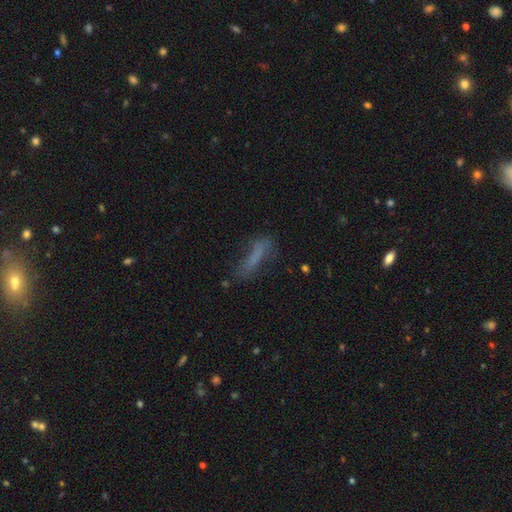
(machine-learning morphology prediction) The model was most divided on "merging": none: 56%, minor disturbance: 25%, major disturbance: 15%, merger: 4%. More confident: how rounded — cigar-shaped (74%); smooth or featured — smooth (63%).